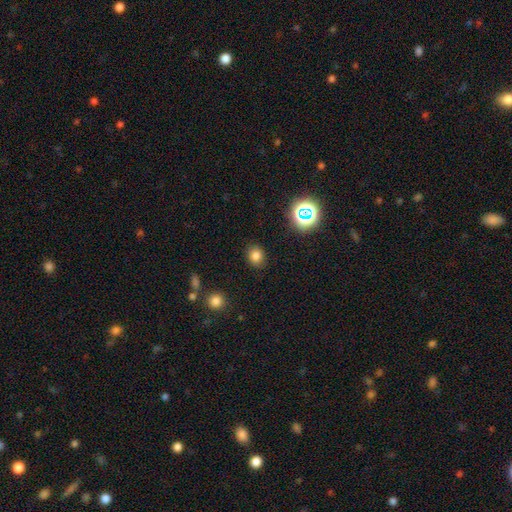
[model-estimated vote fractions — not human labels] Smooth or featured: smooth — 78% (star or artifact — 17%)
How rounded: round — 63% (in between — 36%)
Merging: none — 86% (minor disturbance — 9%)